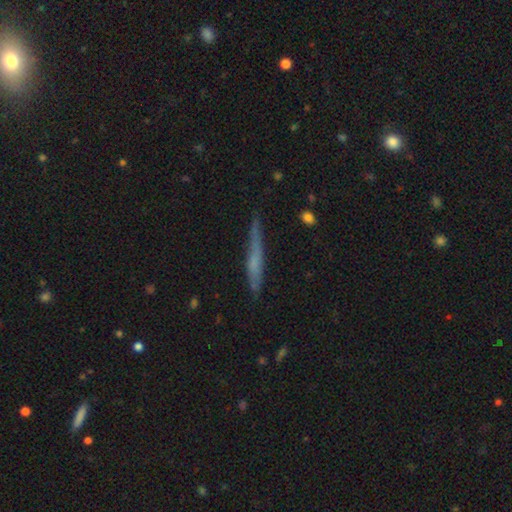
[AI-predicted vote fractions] Morphology: type=featured or disk (49%); merging=none (82%).